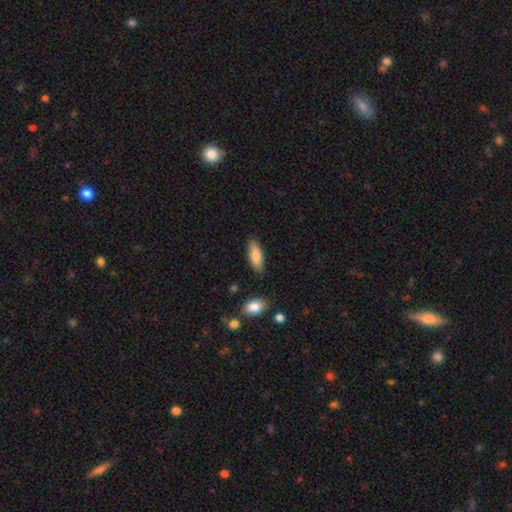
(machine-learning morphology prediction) Smooth or featured?
  - smooth: 84% *
  - featured or disk: 10%
  - star or artifact: 6%
How rounded?
  - in between: 64% *
  - cigar-shaped: 35%
  - round: 2%
Merging?
  - none: 84% *
  - minor disturbance: 11%
  - major disturbance: 3%
  - merger: 2%